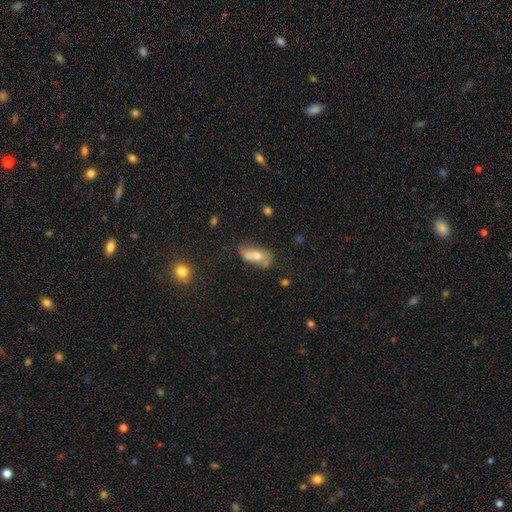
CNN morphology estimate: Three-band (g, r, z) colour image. It shows a smooth galaxy with no disk features (58%) that is in between round and cigar-shaped (85%). Merging: none (46%).